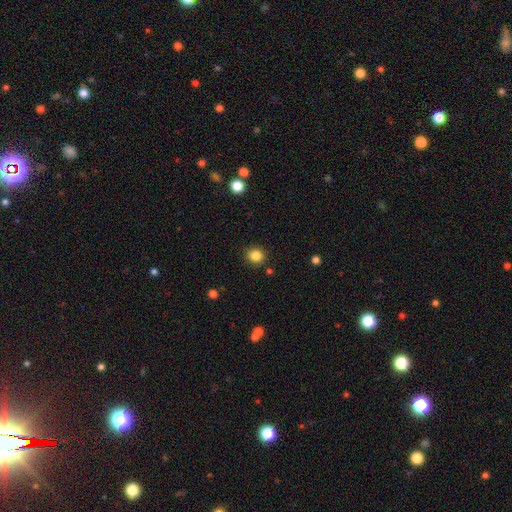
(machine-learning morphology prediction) This is clearly a smooth galaxy (84%). How rounded: clearly round (85%). Merging: clearly none (89%).